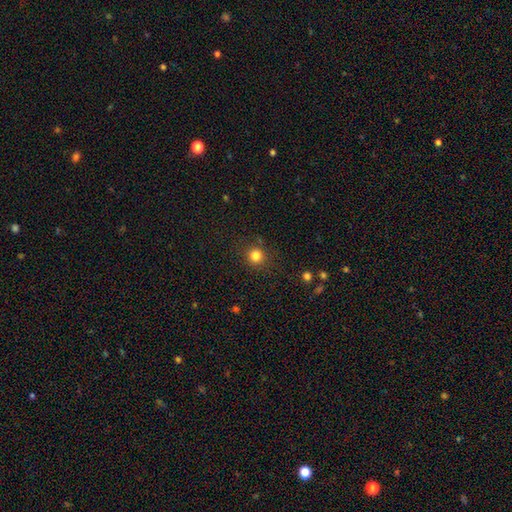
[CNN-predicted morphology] Q: Smooth or featured?
A: smooth (82%); runner-up: star or artifact (13%)
Q: How rounded?
A: round (91%); runner-up: in between (8%)
Q: Merging?
A: none (86%); runner-up: minor disturbance (9%)